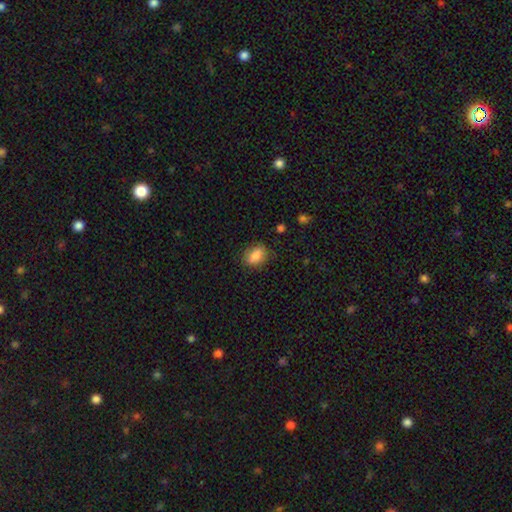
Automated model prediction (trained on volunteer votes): Q: Smooth or featured?
A: smooth (84%); runner-up: star or artifact (8%)
Q: How rounded?
A: in between (78%); runner-up: round (20%)
Q: Merging?
A: none (78%); runner-up: minor disturbance (17%)